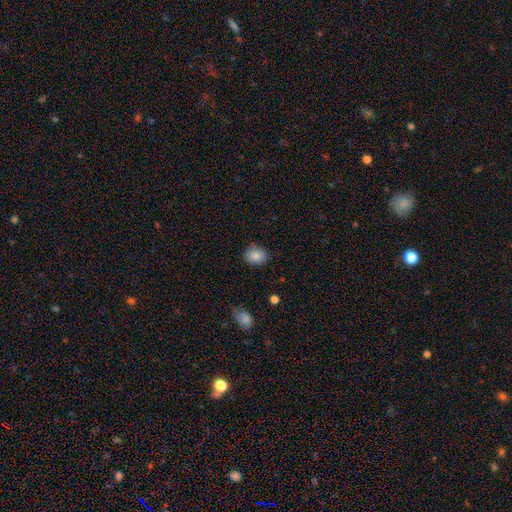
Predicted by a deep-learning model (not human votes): A smooth galaxy with no disk features (85%) that is in between round and cigar-shaped (55%). Merging: none (79%).